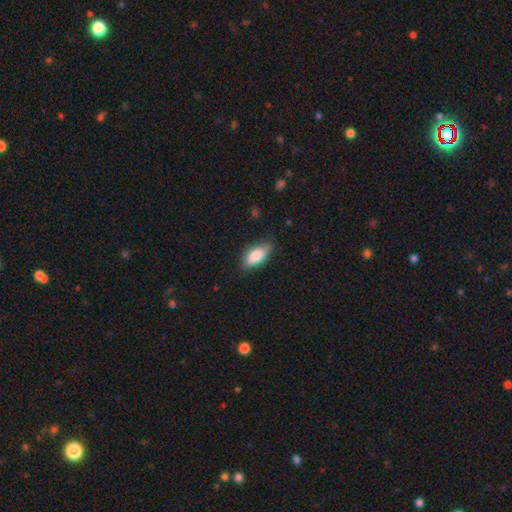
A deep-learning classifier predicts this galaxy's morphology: This is clearly a smooth galaxy (84%). How rounded: clearly in between (88%). Merging: likely none (79%).